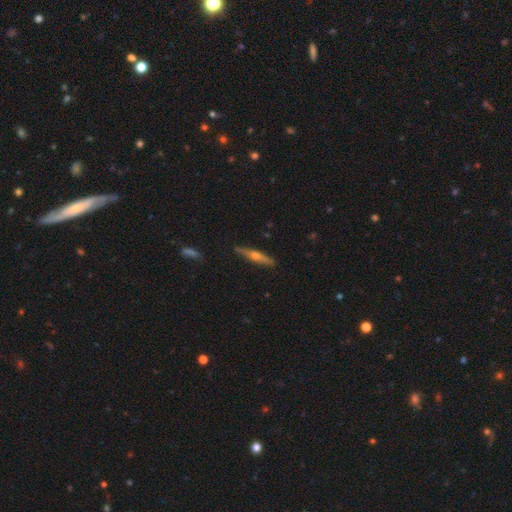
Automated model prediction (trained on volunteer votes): Morphology: type=featured or disk (63%); edge-on=yes (96%); edge-on bulge=rounded (88%); merging=none (88%).